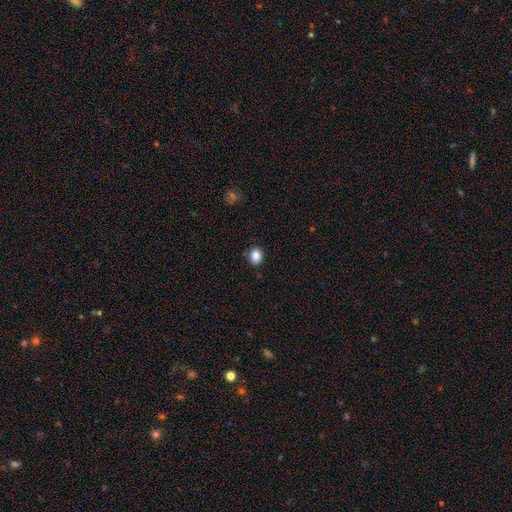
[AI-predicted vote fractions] A smooth galaxy with no disk features (86%) that is round (63%). Merging: none (86%).